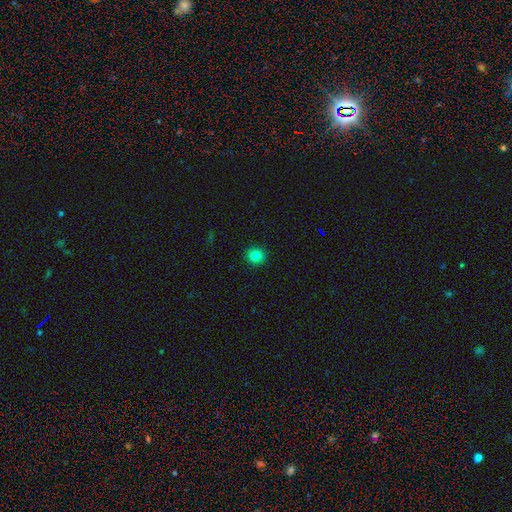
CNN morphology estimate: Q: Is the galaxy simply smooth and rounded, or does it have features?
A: smooth — 82%.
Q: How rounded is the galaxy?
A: round — 91%.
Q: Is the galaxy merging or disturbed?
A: none — 93%.